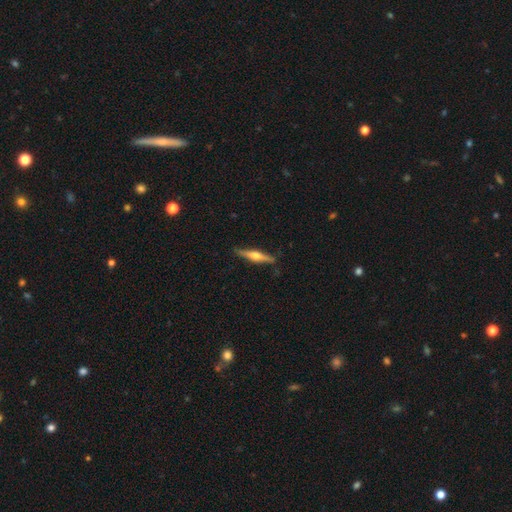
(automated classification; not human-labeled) Q: Smooth or featured?
A: featured or disk (65%); runner-up: smooth (30%)
Q: Edge-on disk?
A: yes (97%); runner-up: no (3%)
Q: Edge-on bulge?
A: rounded (90%); runner-up: boxy (6%)
Q: Merging?
A: none (86%); runner-up: minor disturbance (11%)